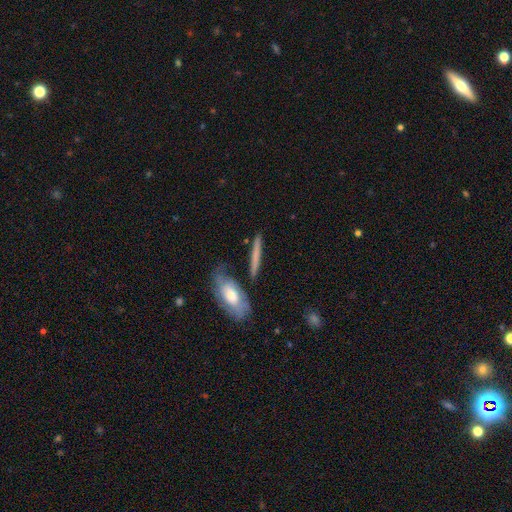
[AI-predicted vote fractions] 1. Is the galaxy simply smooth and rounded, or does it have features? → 55% smooth, 38% featured or disk, 7% star or artifact.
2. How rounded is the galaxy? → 84% cigar-shaped, 12% in between, 4% round.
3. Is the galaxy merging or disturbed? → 73% none, 15% minor disturbance, 7% merger, 5% major disturbance.